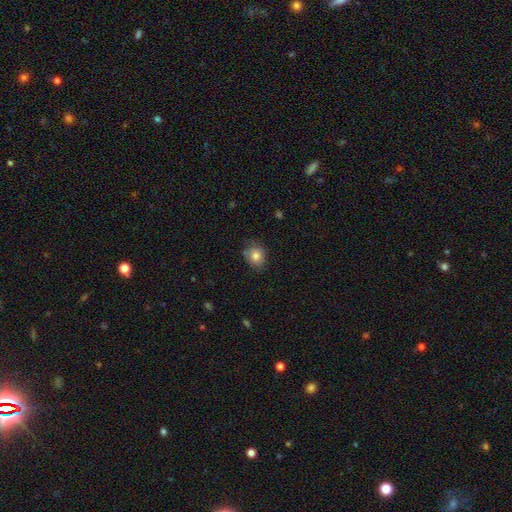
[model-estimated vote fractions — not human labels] The model was most divided on "how rounded": round: 60%, in between: 39%, cigar-shaped: 1%. More confident: smooth or featured — smooth (82%); merging — none (75%).